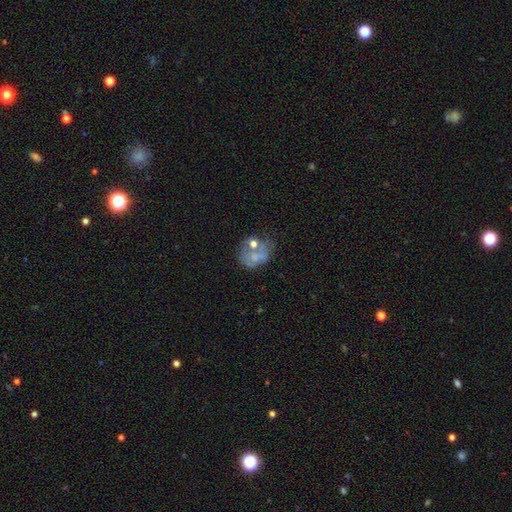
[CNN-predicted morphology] This appears to be a featured or disk galaxy (44%). Merging: none (34%).